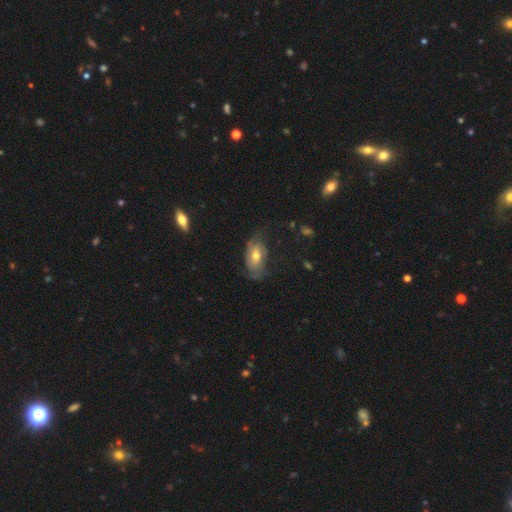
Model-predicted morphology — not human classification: Smooth or featured: featured or disk — 64% (smooth — 29%)
Edge-on disk: no — 94% (yes — 6%)
Bar: no — 67% (weak — 26%)
Spiral arms: yes — 83% (no — 17%)
Bulge size: moderate — 67% (small — 25%)
Merging: none — 56% (minor disturbance — 25%)